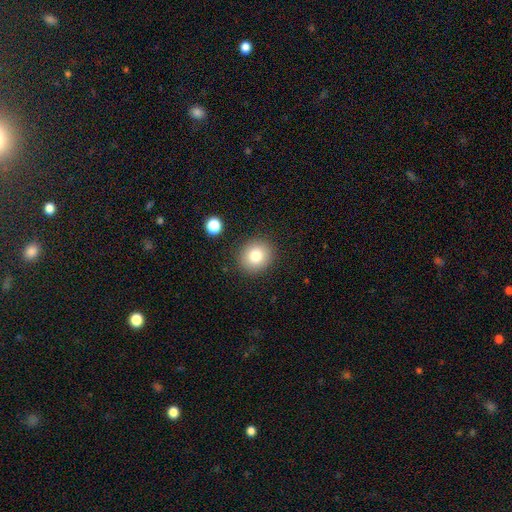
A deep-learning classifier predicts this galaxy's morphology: smooth-or-featured: smooth: 81% | star or artifact: 10% | featured or disk: 9%
  how-rounded: round: 80% | in between: 19% | cigar-shaped: 1%
  merging: none: 88% | minor disturbance: 8% | major disturbance: 3% | merger: 2%